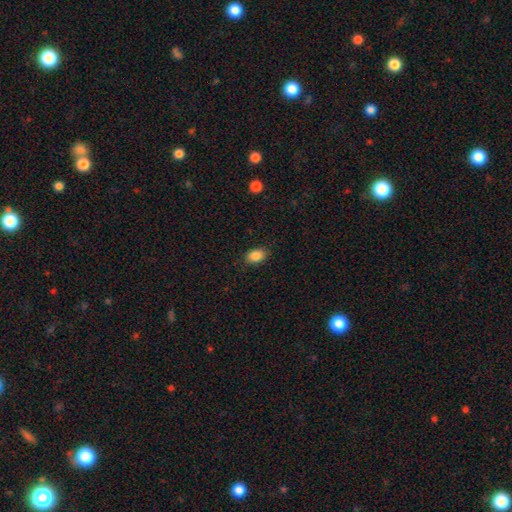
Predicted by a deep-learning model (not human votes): Morphology: type=smooth (87%); roundness=in between (80%); merging=none (85%).